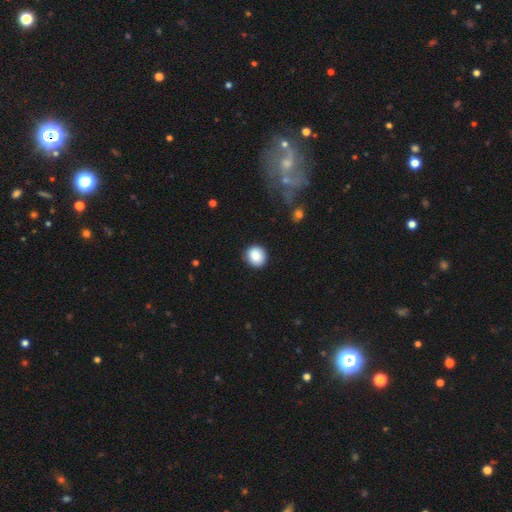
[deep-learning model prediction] smooth 87%, star or artifact 8%, featured or disk 5%. Down the decision tree: how rounded — round (87%); merging — none (88%).